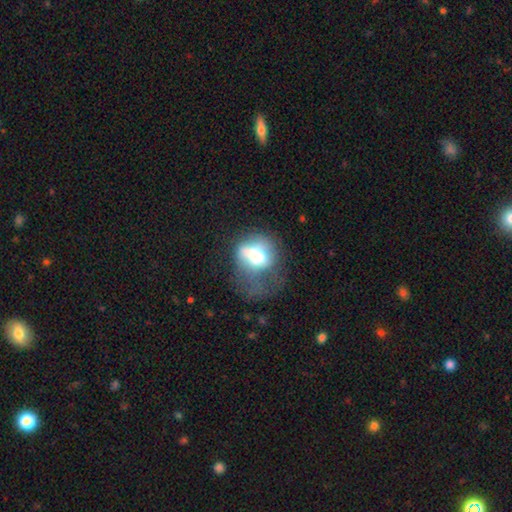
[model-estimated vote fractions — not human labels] This appears to be a smooth galaxy with no disk features (58%) that is round (52%). Merging: major disturbance (49%).